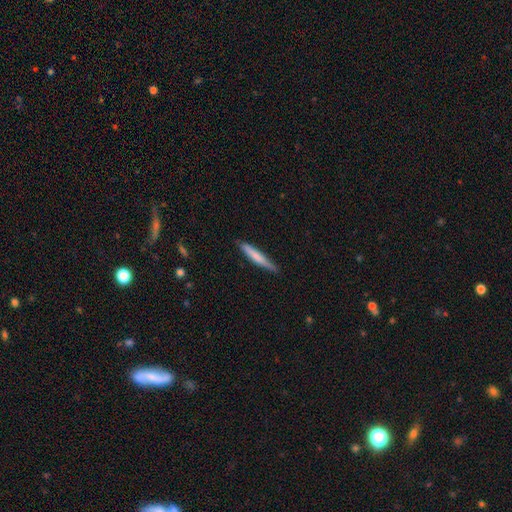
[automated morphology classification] Smooth or featured? Predicted: smooth (p=0.70). How rounded? Predicted: cigar-shaped (p=0.94). Merging? Predicted: none (p=0.83).